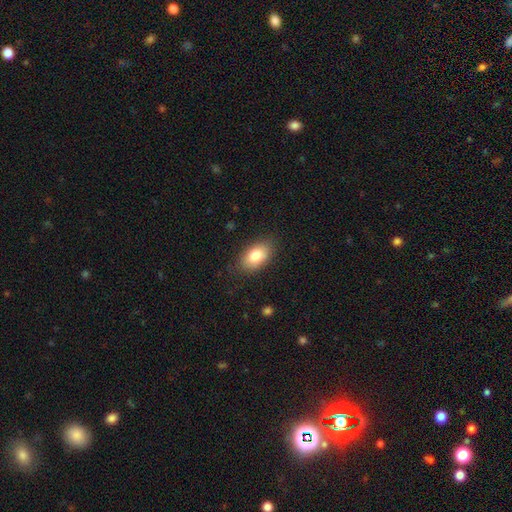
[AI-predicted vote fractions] Morphology: type=smooth (81%); roundness=in between (91%); merging=none (82%).